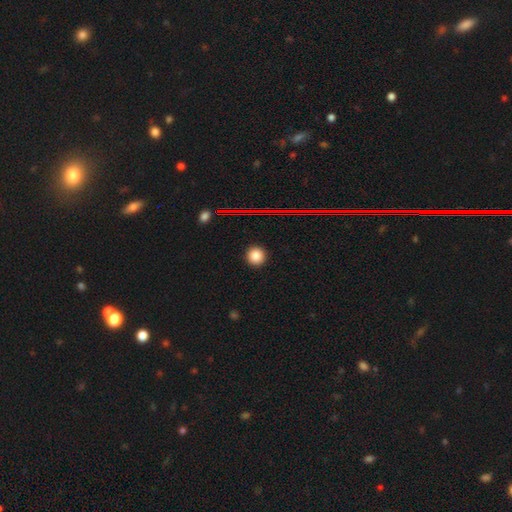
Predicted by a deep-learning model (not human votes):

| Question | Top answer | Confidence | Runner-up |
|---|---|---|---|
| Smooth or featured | smooth | 82% | star or artifact (13%) |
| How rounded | round | 90% | in between (9%) |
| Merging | none | 92% | minor disturbance (5%) |